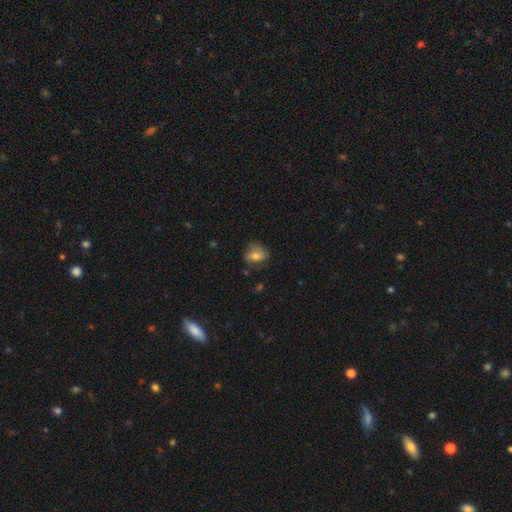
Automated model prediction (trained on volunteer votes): This is likely a smooth galaxy (63%). How rounded: possibly round (49%, tied with in between). Merging: likely none (63%).